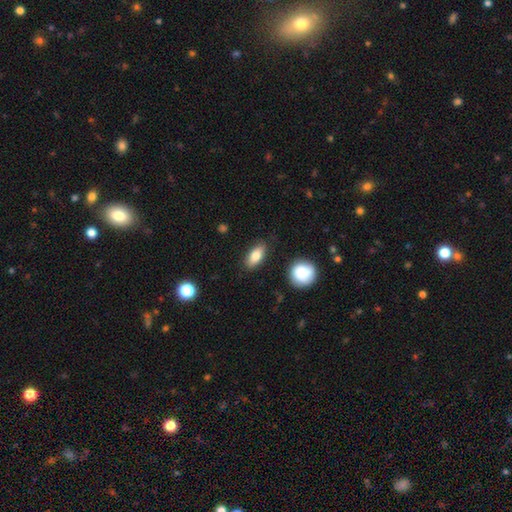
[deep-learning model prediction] smooth-or-featured: smooth: 80% | featured or disk: 13% | star or artifact: 7%
  how-rounded: in between: 83% | cigar-shaped: 12% | round: 5%
  merging: none: 84% | minor disturbance: 11% | major disturbance: 3% | merger: 2%